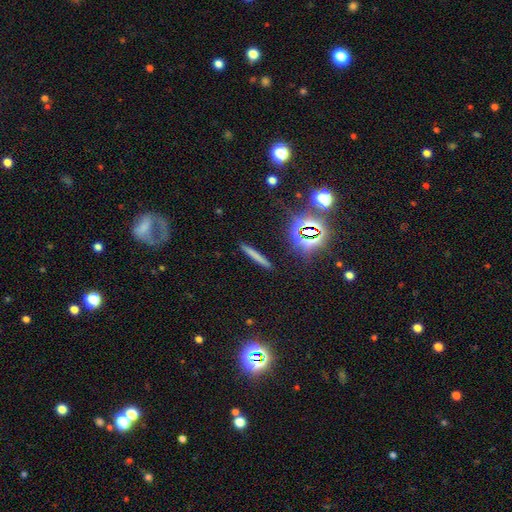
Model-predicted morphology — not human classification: A smooth galaxy with no disk features (62%) that is cigar-shaped (93%). Merging: none (89%).